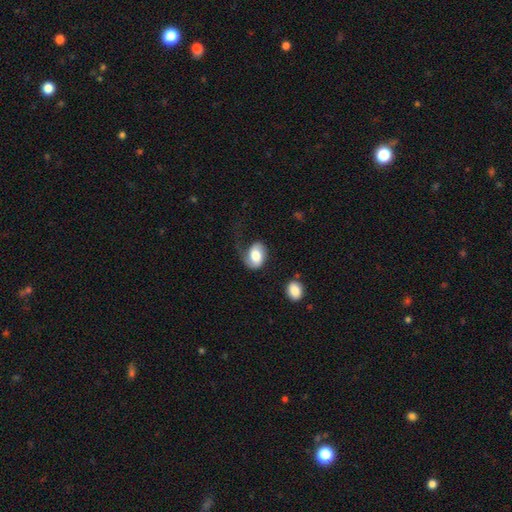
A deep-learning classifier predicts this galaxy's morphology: smooth_or_featured: smooth (p=0.55) [alt: featured or disk p=0.38]
how_rounded: in between (p=0.72) [alt: round p=0.27]
merging: none (p=0.37) [alt: major disturbance p=0.33]